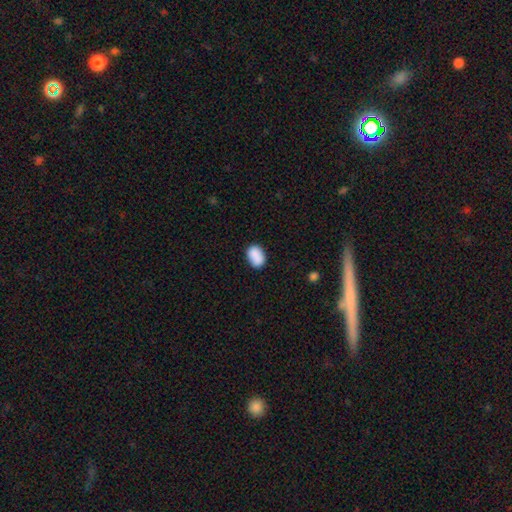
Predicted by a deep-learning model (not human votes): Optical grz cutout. It shows a smooth galaxy with no disk features (86%) that is in between round and cigar-shaped (78%). Merging: none (73%).